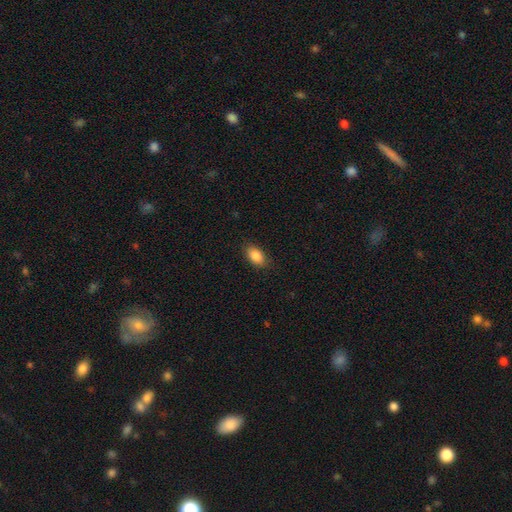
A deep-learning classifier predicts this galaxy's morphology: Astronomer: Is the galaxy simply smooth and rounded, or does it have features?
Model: smooth — 87%.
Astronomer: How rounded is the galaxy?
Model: in between — 91%.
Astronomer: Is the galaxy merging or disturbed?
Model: none — 86%.